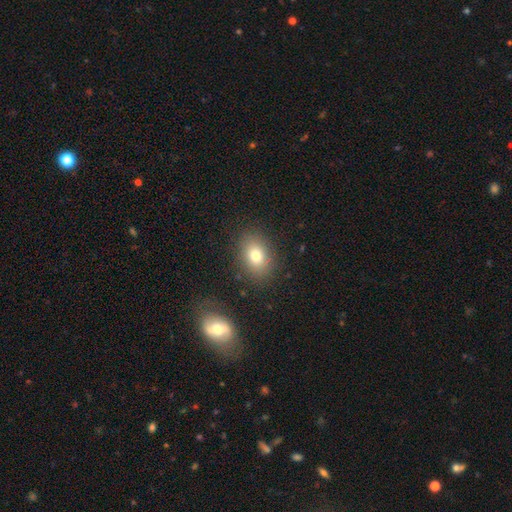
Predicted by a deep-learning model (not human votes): Q: Smooth or featured?
A: smooth (76%); runner-up: featured or disk (12%)
Q: How rounded?
A: in between (67%); runner-up: round (31%)
Q: Merging?
A: none (85%); runner-up: minor disturbance (10%)